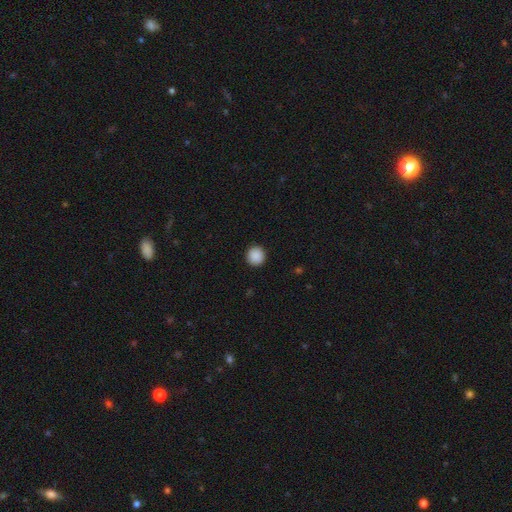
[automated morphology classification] The model was most divided on "smooth or featured": smooth: 90%, star or artifact: 8%, featured or disk: 2%. More confident: how rounded — round (93%); merging — none (93%).